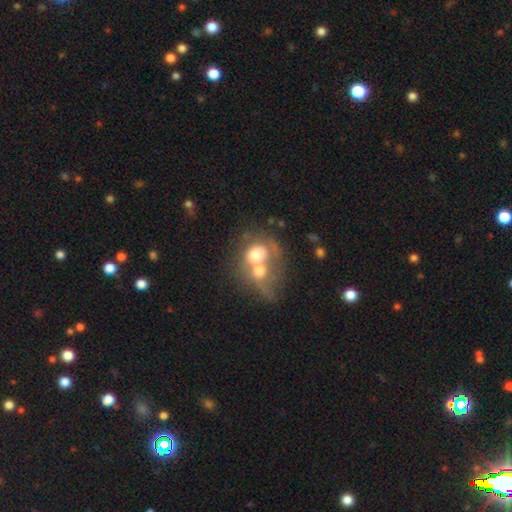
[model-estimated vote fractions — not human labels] A smooth galaxy with no disk features (54%) that is round (59%). Merging: merger (73%).